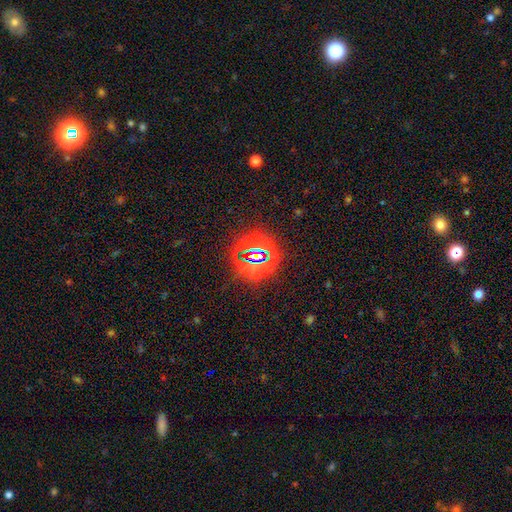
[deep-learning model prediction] smooth_or_featured: star or artifact (p=0.79) [alt: smooth p=0.13]